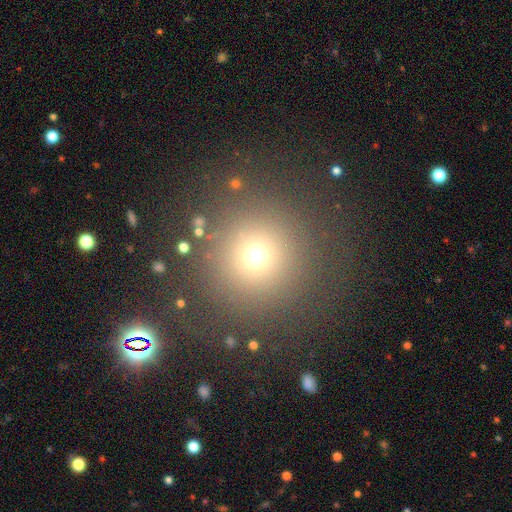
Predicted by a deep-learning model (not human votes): Smooth or featured?
  - smooth: 68% *
  - star or artifact: 23%
  - featured or disk: 9%
How rounded?
  - round: 95% *
  - in between: 4%
  - cigar-shaped: 1%
Merging?
  - none: 85% *
  - minor disturbance: 7%
  - major disturbance: 5%
  - merger: 3%